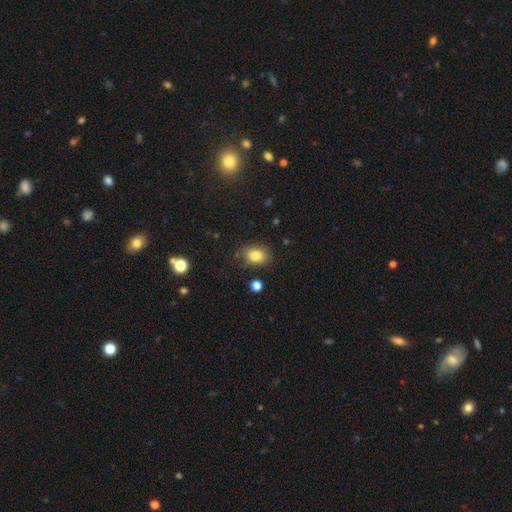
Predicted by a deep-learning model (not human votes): smooth_or_featured: smooth (p=0.83) [alt: star or artifact p=0.10]
how_rounded: in between (p=0.61) [alt: round p=0.38]
merging: none (p=0.80) [alt: minor disturbance p=0.14]